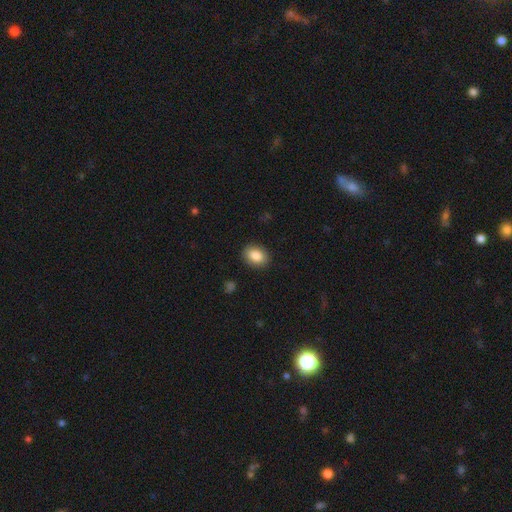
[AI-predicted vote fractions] Morphology: type=smooth (86%); roundness=in between (66%); merging=none (88%).